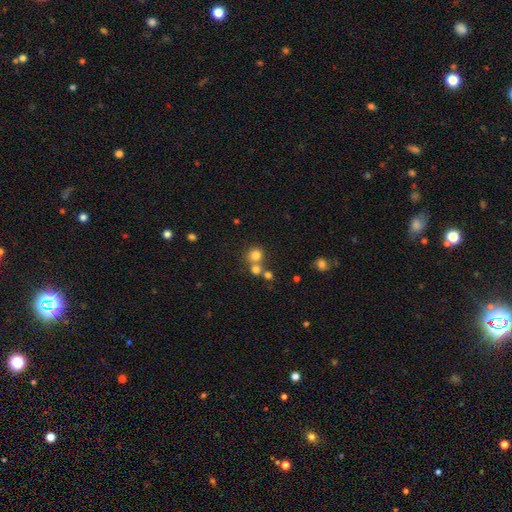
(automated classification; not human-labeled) The model was most divided on "merging": none: 56%, merger: 34%, minor disturbance: 7%, major disturbance: 3%. More confident: how rounded — round (88%); smooth or featured — smooth (78%).